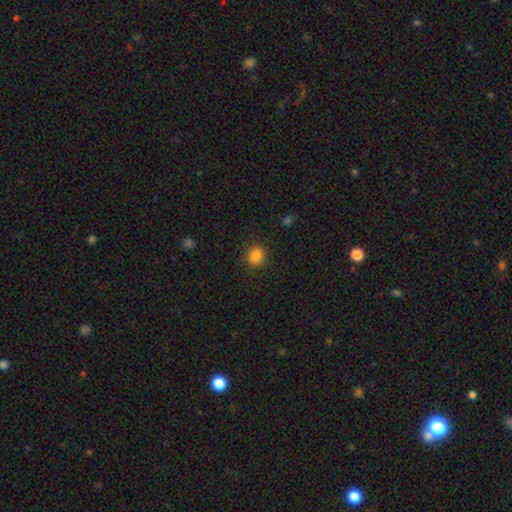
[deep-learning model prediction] smooth 85%, star or artifact 12%, featured or disk 4%. Down the decision tree: how rounded — round (70%); merging — none (85%).